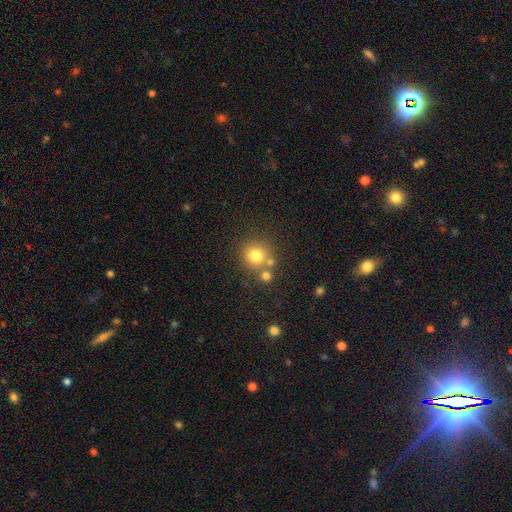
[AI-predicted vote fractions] Smooth or featured: smooth — 77% (star or artifact — 13%)
How rounded: round — 91% (in between — 8%)
Merging: none — 67% (merger — 21%)